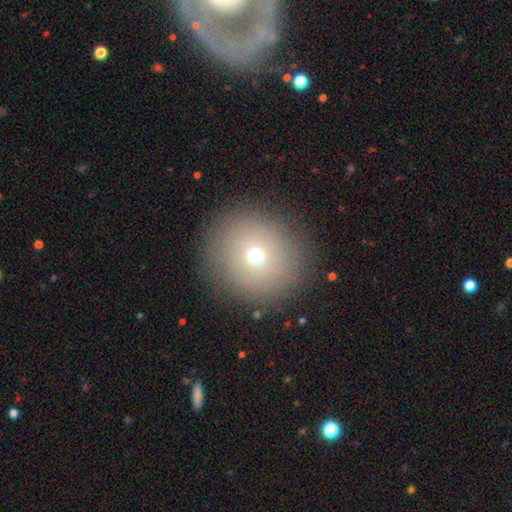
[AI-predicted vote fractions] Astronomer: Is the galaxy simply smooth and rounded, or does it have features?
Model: smooth — 67%.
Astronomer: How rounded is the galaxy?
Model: round — 90%.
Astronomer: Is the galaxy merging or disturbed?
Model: none — 89%.